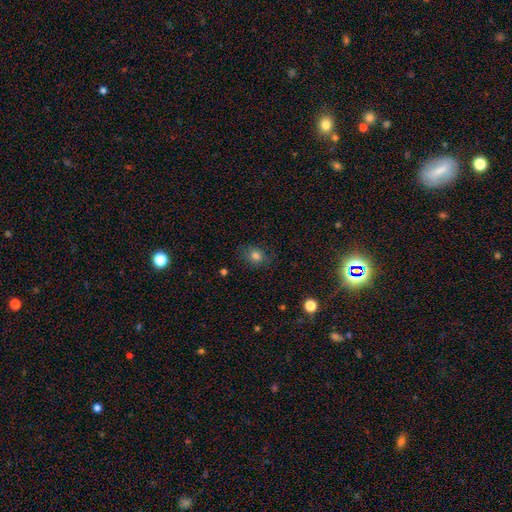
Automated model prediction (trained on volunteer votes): Smooth or featured?
  - smooth: 80% *
  - star or artifact: 13%
  - featured or disk: 7%
How rounded?
  - round: 52% *
  - in between: 47%
  - cigar-shaped: 1%
Merging?
  - none: 78% *
  - minor disturbance: 16%
  - major disturbance: 5%
  - merger: 1%